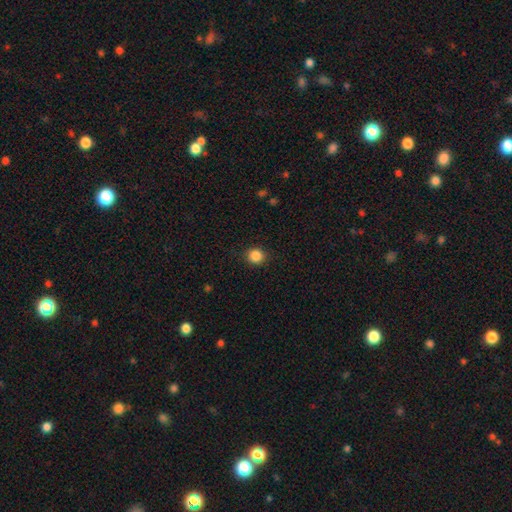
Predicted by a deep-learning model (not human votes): smooth 86%, star or artifact 10%, featured or disk 3%. Down the decision tree: how rounded — round (88%); merging — none (90%).